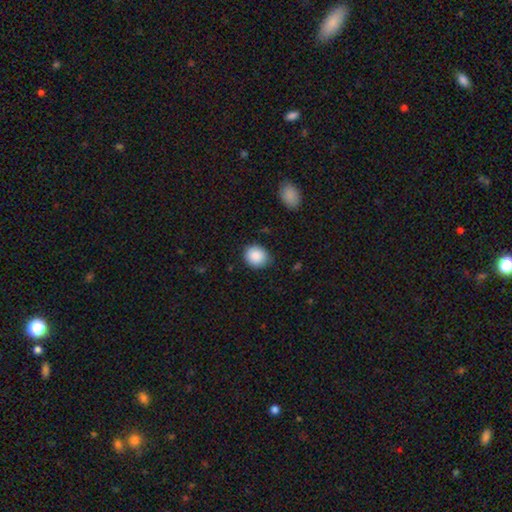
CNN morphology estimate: smooth_or_featured: smooth (p=0.88) [alt: star or artifact p=0.08]
how_rounded: round (p=0.77) [alt: in between p=0.22]
merging: none (p=0.82) [alt: minor disturbance p=0.14]